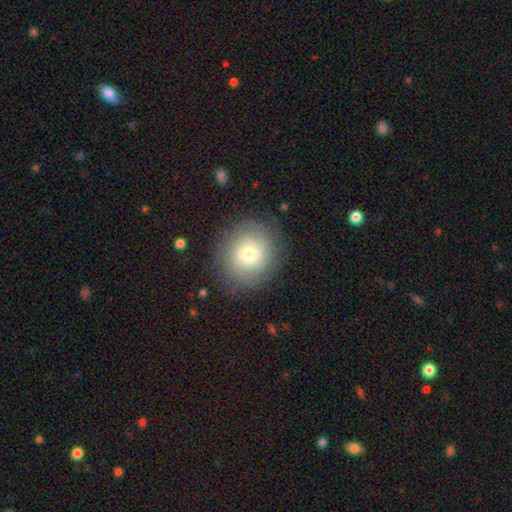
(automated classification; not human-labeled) Q: Smooth or featured?
A: smooth (56%); runner-up: featured or disk (34%)
Q: How rounded?
A: round (86%); runner-up: in between (13%)
Q: Merging?
A: none (83%); runner-up: minor disturbance (11%)